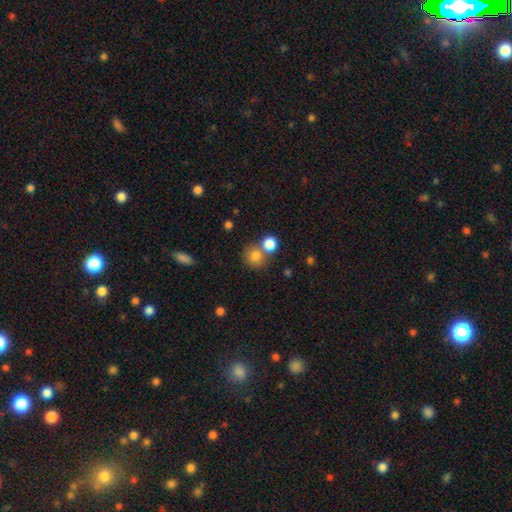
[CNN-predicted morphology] Smooth or featured: smooth — 79% (star or artifact — 12%)
How rounded: round — 87% (in between — 12%)
Merging: none — 57% (merger — 31%)